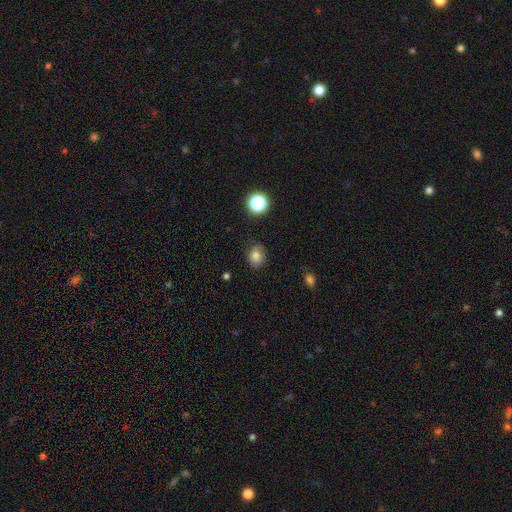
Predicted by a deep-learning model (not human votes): Smooth or featured? Predicted: smooth (p=0.82). How rounded? Predicted: round (p=0.53). Merging? Predicted: none (p=0.82).